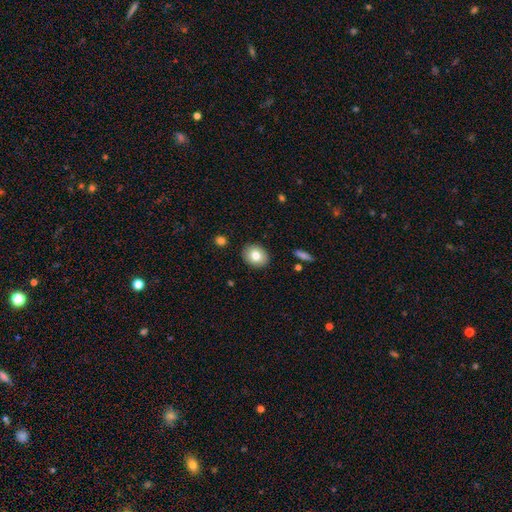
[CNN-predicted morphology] Overall: smooth (78%). How rounded: round (52%; in between 47%). Merging: none (89%).